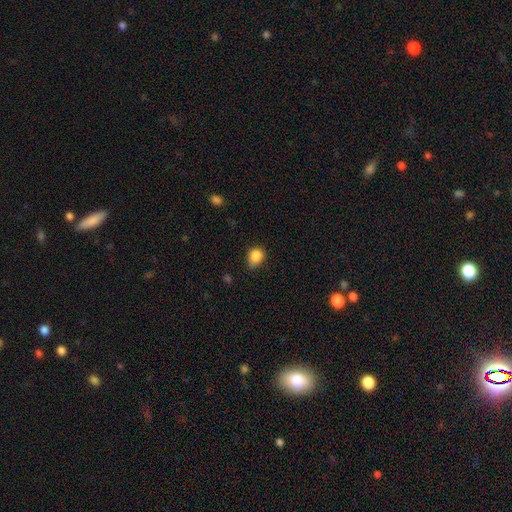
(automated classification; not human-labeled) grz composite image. It shows a smooth galaxy with no disk features (85%) that is round (62%). Merging: none (54%).